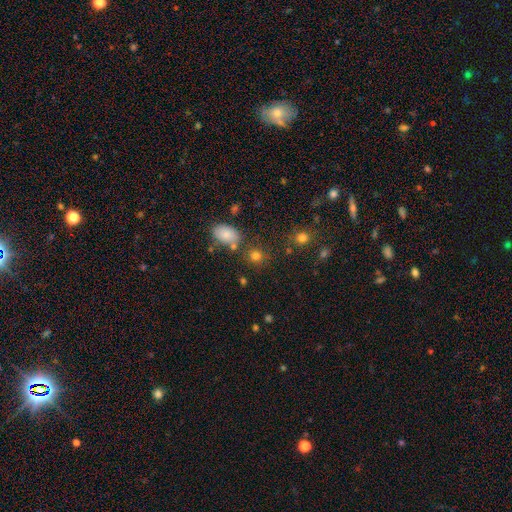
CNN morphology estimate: type=smooth (79%); roundness=round (77%); merging=none (76%).